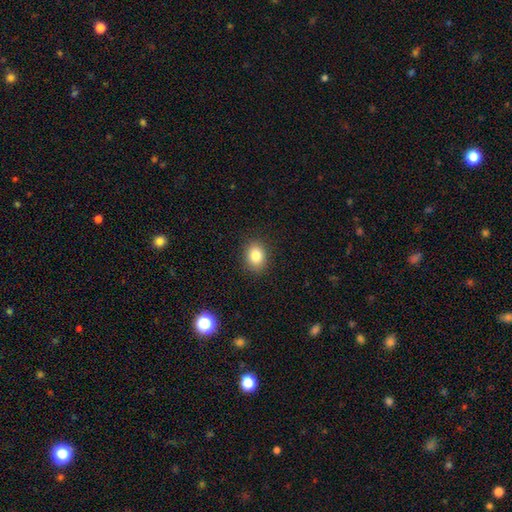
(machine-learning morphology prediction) This is clearly a smooth galaxy (83%). How rounded: possibly in between (56%). Merging: clearly none (89%).